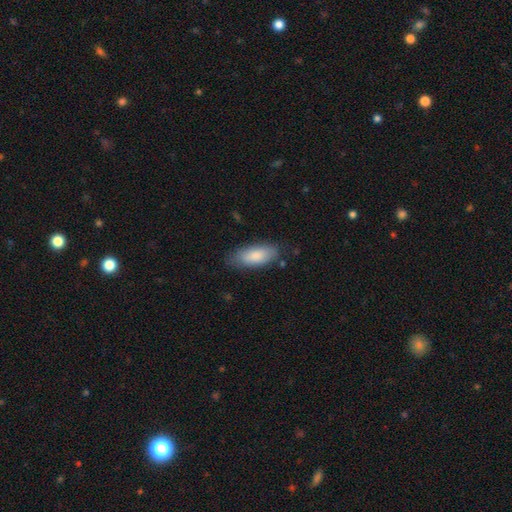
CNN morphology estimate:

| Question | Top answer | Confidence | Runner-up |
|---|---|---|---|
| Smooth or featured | smooth | 83% | featured or disk (11%) |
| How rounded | in between | 83% | cigar-shaped (15%) |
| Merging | none | 76% | minor disturbance (18%) |